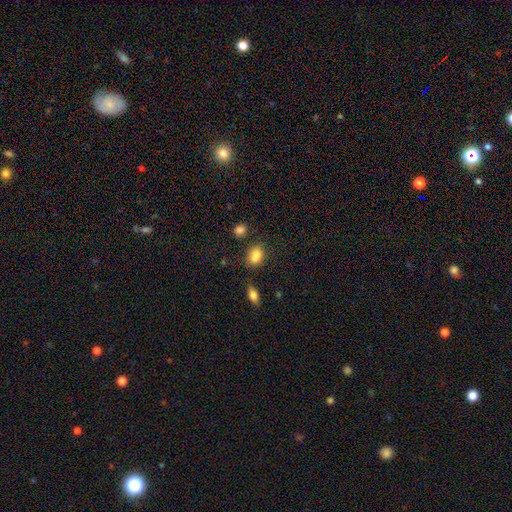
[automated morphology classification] smooth 84%, star or artifact 9%, featured or disk 6%. Down the decision tree: how rounded — in between (77%); merging — none (68%).